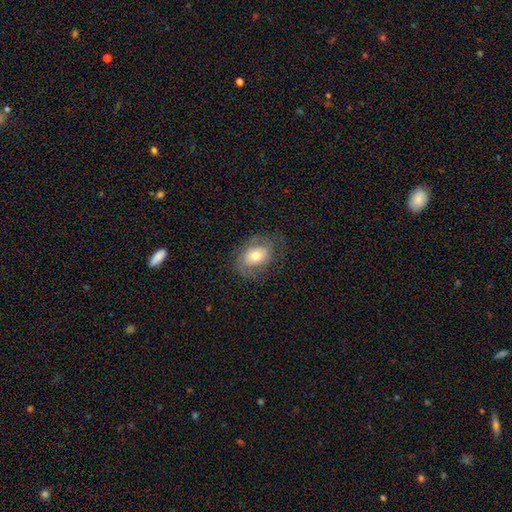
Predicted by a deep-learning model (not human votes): Smooth or featured: smooth — 48% (featured or disk — 44%)
Merging: none — 64% (minor disturbance — 21%)